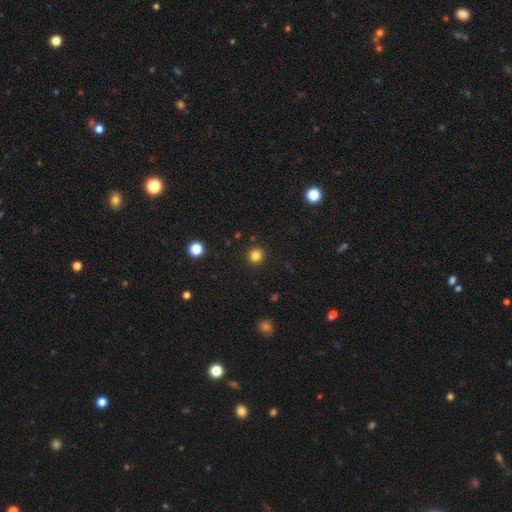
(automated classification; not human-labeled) Smooth or featured? Predicted: smooth (p=0.82). How rounded? Predicted: round (p=0.92). Merging? Predicted: none (p=0.92).